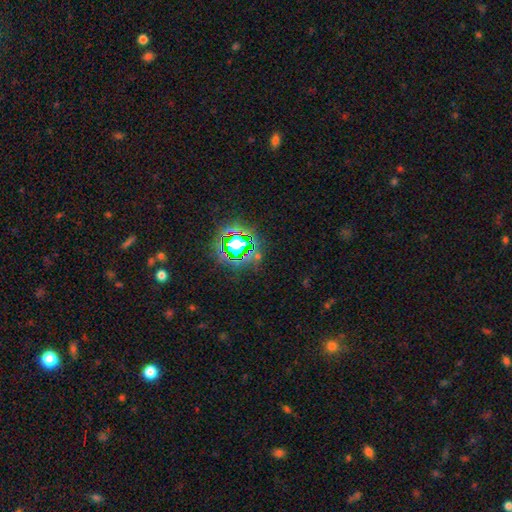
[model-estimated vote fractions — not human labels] star or artifact 76%, smooth 16%, featured or disk 9%.